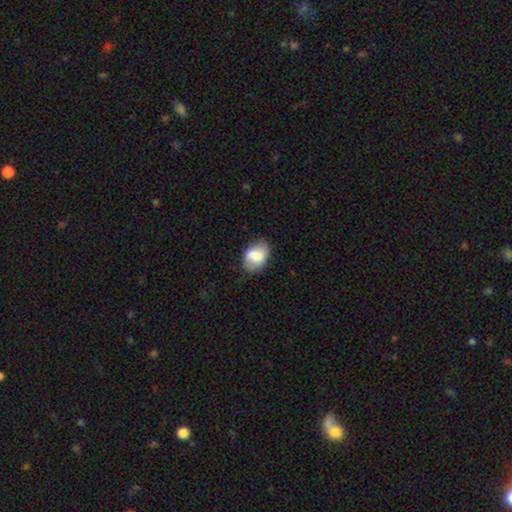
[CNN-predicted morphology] Overall: smooth (75%). How rounded: in between (83%). Merging: none (73%).